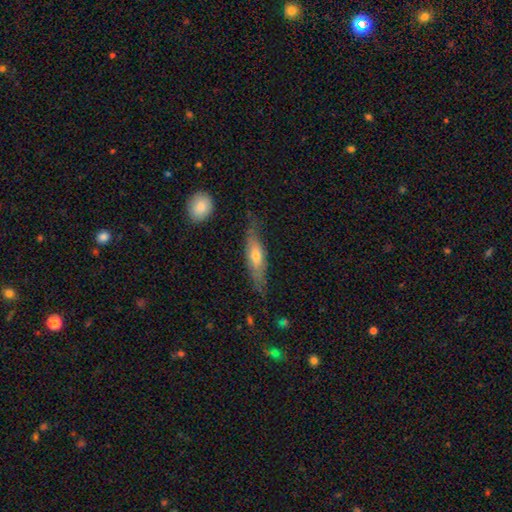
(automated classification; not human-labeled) The model was most divided on "smooth or featured": smooth: 49%, featured or disk: 45%, star or artifact: 6%. More confident: merging — none (65%).